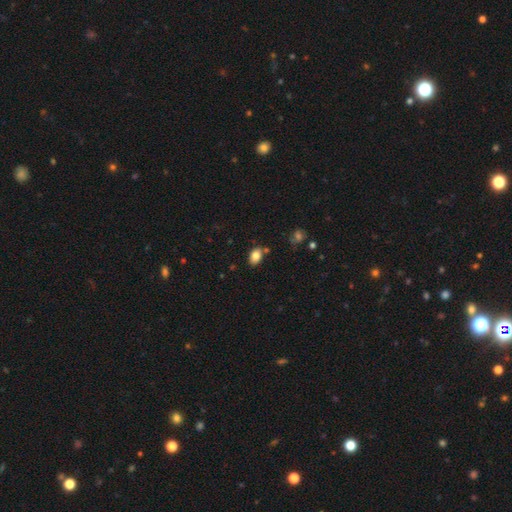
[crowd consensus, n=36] A smooth galaxy with no disk features (100%) that is in between round and cigar-shaped (81%). Merging: none (78%).